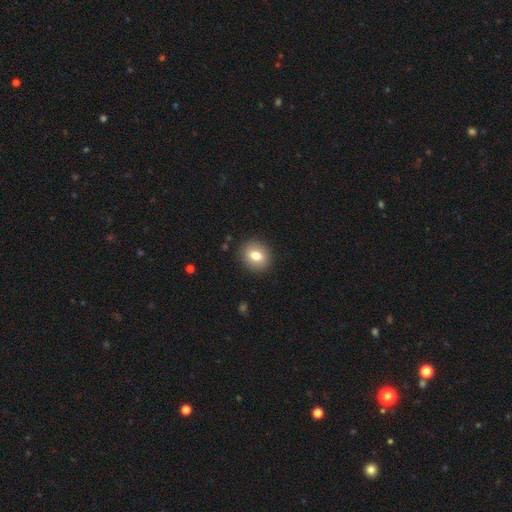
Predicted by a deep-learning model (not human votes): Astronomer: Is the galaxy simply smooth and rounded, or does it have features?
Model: smooth — 78%.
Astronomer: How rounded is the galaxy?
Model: round — 66%.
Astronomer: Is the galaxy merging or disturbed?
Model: none — 90%.